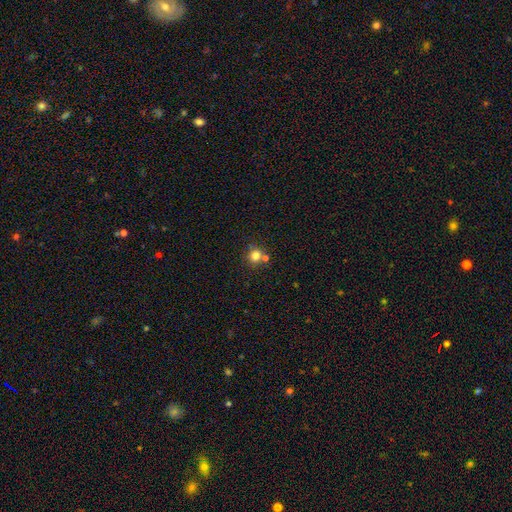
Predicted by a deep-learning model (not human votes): Smooth or featured? smooth (78%)
How rounded? round (87%)
Merging? none (65%)